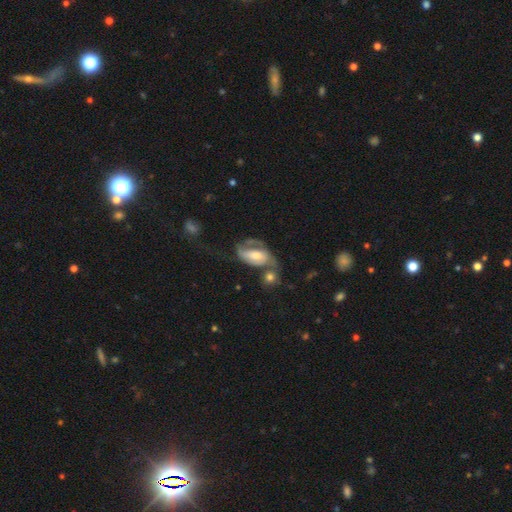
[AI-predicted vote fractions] The model was most divided on "merging": none: 28%, merger: 27%, major disturbance: 26%, minor disturbance: 18%. Remaining: edge-on disk — no (95%); spiral arms — yes (84%); smooth or featured — featured or disk (70%); spiral arm count — 2 (61%); bulge size — moderate (54%); spiral winding — medium (43%); bar — weak (40%).